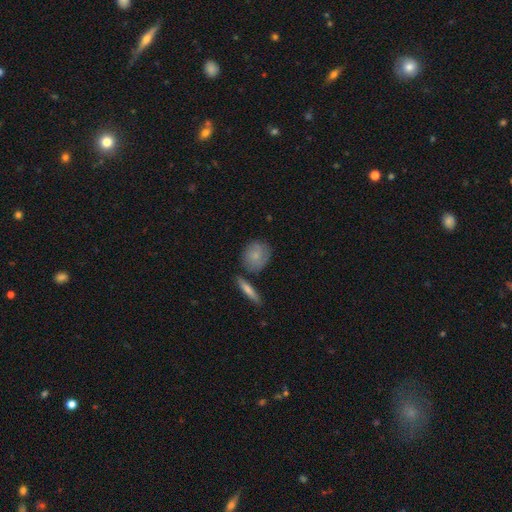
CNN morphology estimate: Smooth or featured? Predicted: smooth (p=0.73). How rounded? Predicted: round (p=0.70). Merging? Predicted: none (p=0.70).